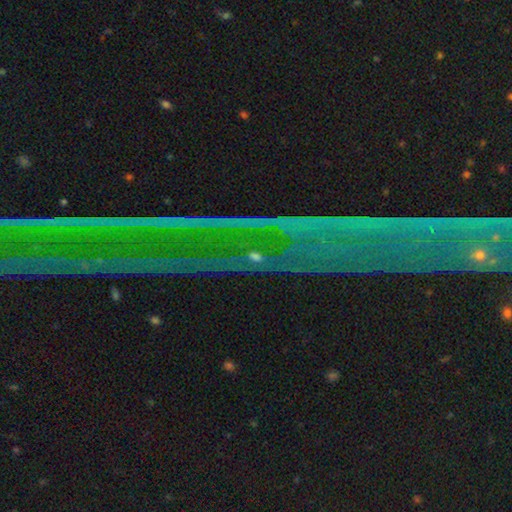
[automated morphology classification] A star or artifact, not a galaxy (76%).

Vote fractions:
- Smooth or featured? star or artifact: 76% / featured or disk: 15% / smooth: 9%